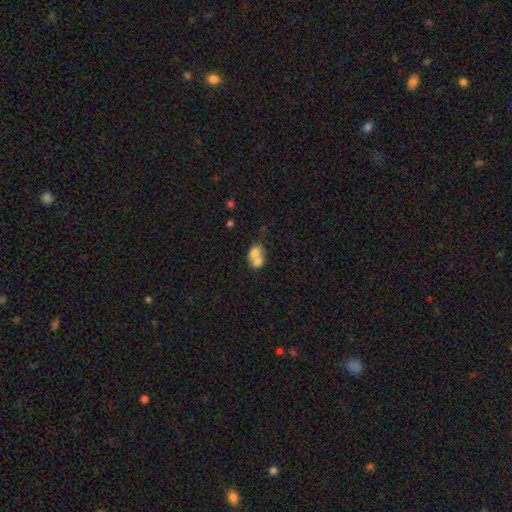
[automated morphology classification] This is likely a smooth galaxy (70%). How rounded: likely in between (61%). Merging: likely merger (70%).